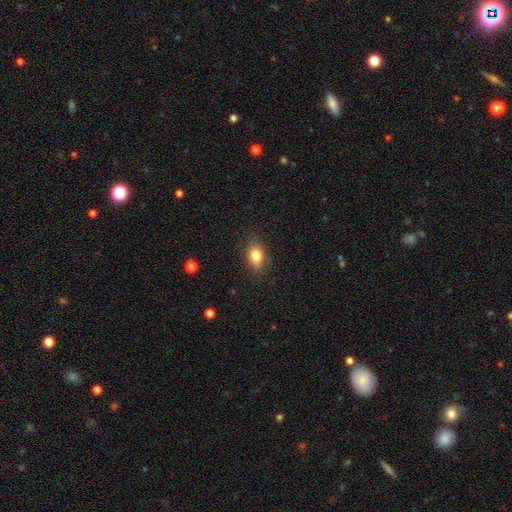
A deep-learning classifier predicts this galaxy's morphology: Smooth or featured?
  - smooth: 82% *
  - star or artifact: 9%
  - featured or disk: 9%
How rounded?
  - in between: 76% *
  - round: 21%
  - cigar-shaped: 2%
Merging?
  - none: 83% *
  - minor disturbance: 13%
  - major disturbance: 3%
  - merger: 1%